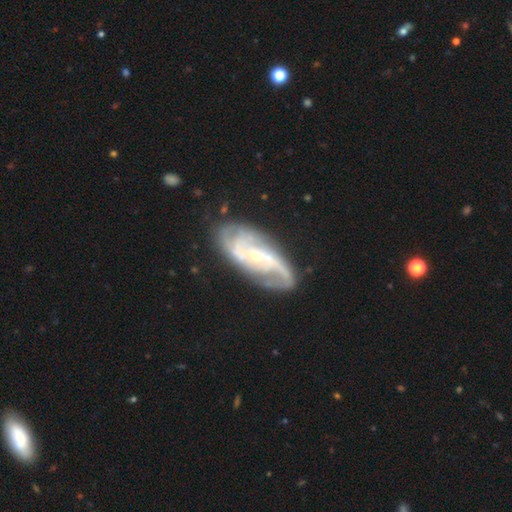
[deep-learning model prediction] Q: Smooth or featured?
A: featured or disk (87%); runner-up: smooth (8%)
Q: Edge-on disk?
A: no (94%); runner-up: yes (6%)
Q: Bar?
A: no (47%); runner-up: weak (37%)
Q: Spiral arms?
A: yes (96%); runner-up: no (4%)
Q: Spiral winding?
A: medium (46%); runner-up: loose (27%)
Q: Spiral arm count?
A: 2 (56%); runner-up: can't tell (17%)
Q: Bulge size?
A: small (71%); runner-up: moderate (25%)
Q: Merging?
A: none (70%); runner-up: minor disturbance (18%)